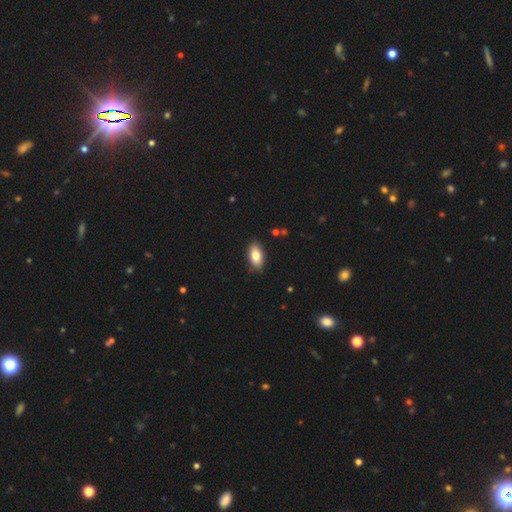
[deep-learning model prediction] Smooth or featured? Predicted: smooth (p=0.81). How rounded? Predicted: in between (p=0.91). Merging? Predicted: none (p=0.87).